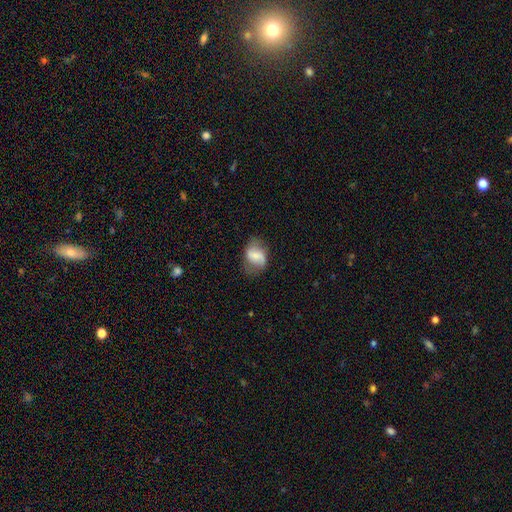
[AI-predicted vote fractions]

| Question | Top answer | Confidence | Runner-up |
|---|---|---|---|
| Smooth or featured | smooth | 50% | featured or disk (41%) |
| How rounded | in between | 71% | round (27%) |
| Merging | none | 58% | minor disturbance (27%) |